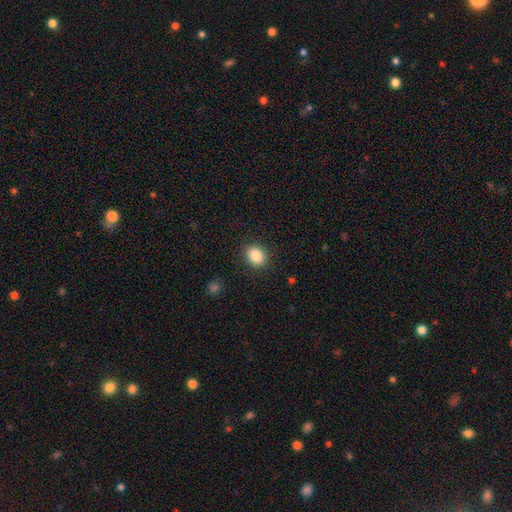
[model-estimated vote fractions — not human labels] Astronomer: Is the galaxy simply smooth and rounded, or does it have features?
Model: smooth — 86%.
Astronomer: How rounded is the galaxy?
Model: in between — 53% (runner-up: round, 46%).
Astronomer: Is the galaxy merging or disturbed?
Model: none — 89%.